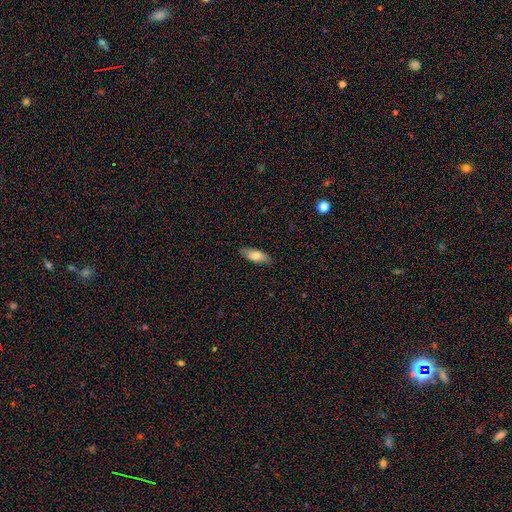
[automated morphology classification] A smooth galaxy with no disk features (77%) that is in between round and cigar-shaped (78%).

Vote fractions:
- Smooth or featured? smooth: 77% / featured or disk: 17% / star or artifact: 6%
- How rounded? in between: 78% / cigar-shaped: 19% / round: 2%
- Merging? none: 85% / minor disturbance: 12% / major disturbance: 2% / merger: 1%